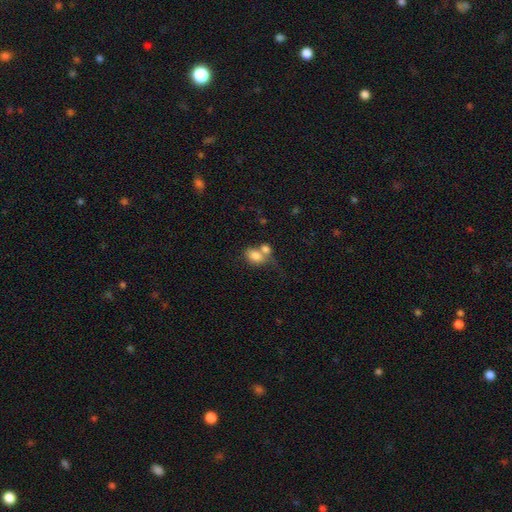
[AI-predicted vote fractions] smooth_or_featured: smooth (p=0.79) [alt: featured or disk p=0.12]
how_rounded: in between (p=0.75) [alt: round p=0.23]
merging: merger (p=0.52) [alt: none p=0.27]